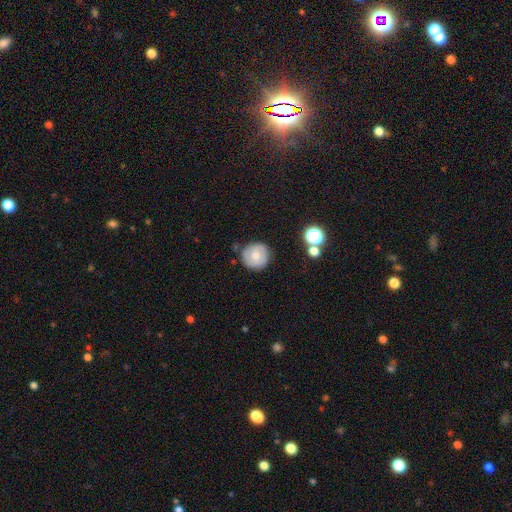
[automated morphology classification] Smooth or featured? smooth (66%)
How rounded? round (94%)
Merging? none (78%)